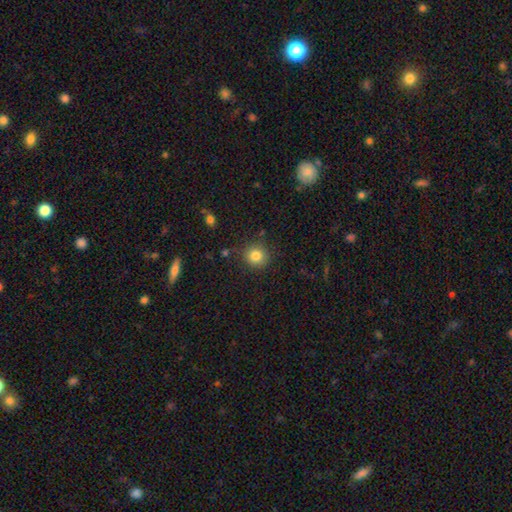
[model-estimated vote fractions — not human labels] Smooth or featured? Predicted: smooth (p=0.82). How rounded? Predicted: round (p=0.92). Merging? Predicted: none (p=0.87).